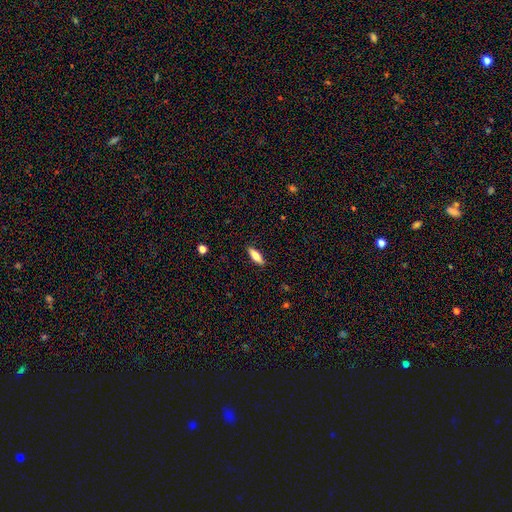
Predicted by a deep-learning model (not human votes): Smooth or featured?
  - smooth: 70% *
  - featured or disk: 24%
  - star or artifact: 6%
How rounded?
  - in between: 57% *
  - cigar-shaped: 41%
  - round: 2%
Merging?
  - none: 89% *
  - minor disturbance: 8%
  - major disturbance: 2%
  - merger: 1%